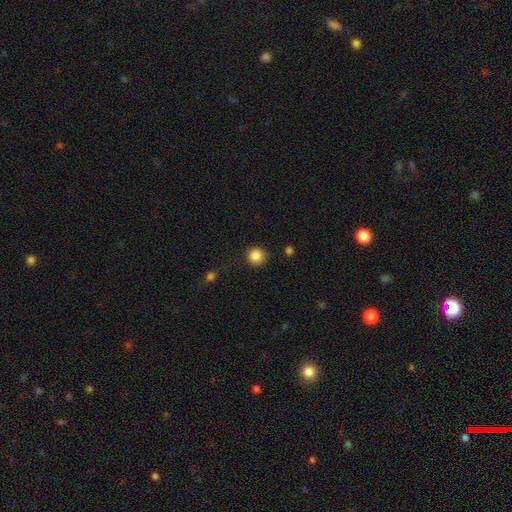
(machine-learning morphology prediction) smooth 86%, star or artifact 10%, featured or disk 3%. Down the decision tree: how rounded — round (94%); merging — none (88%).